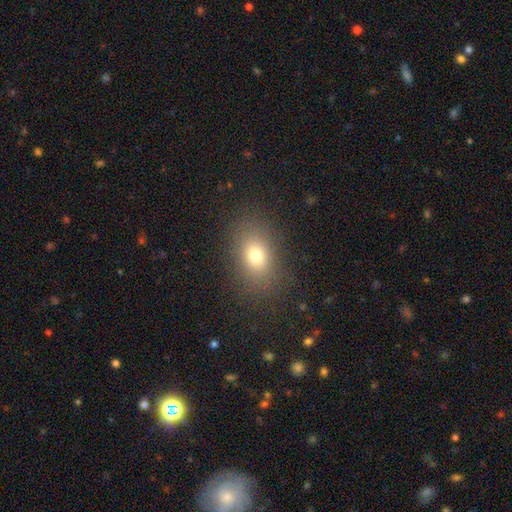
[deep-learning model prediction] A smooth galaxy with no disk features (76%) that is in between round and cigar-shaped (74%). Merging: none (85%).